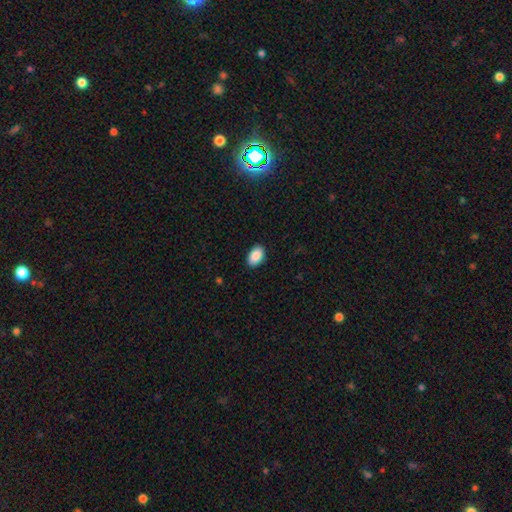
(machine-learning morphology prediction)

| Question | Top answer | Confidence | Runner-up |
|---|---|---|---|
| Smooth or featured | smooth | 89% | star or artifact (7%) |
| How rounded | in between | 90% | round (8%) |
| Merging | none | 88% | minor disturbance (9%) |